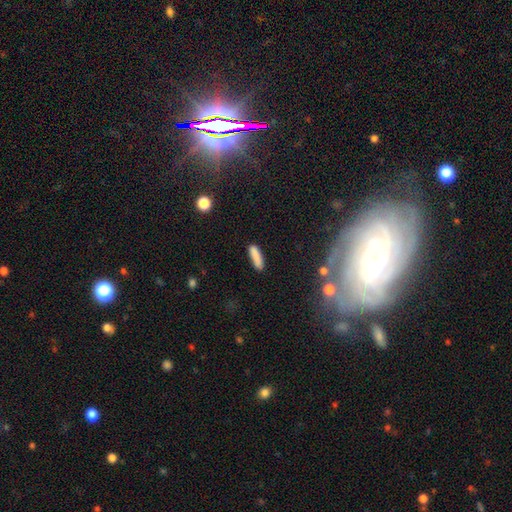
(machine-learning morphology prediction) Smooth or featured? Predicted: smooth (p=0.85). How rounded? Predicted: cigar-shaped (p=0.68). Merging? Predicted: none (p=0.81).